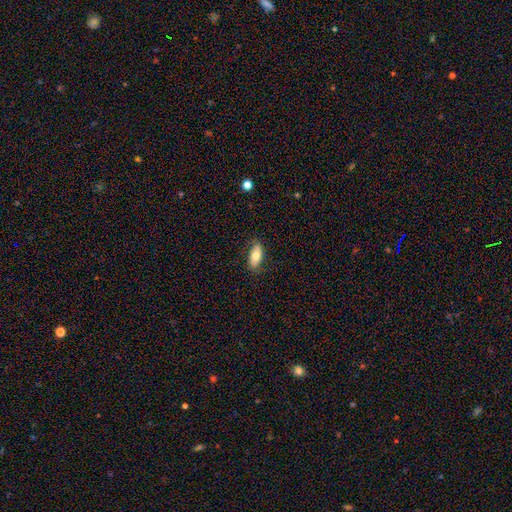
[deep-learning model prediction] Smooth or featured? smooth (69%)
How rounded? in between (86%)
Merging? none (81%)